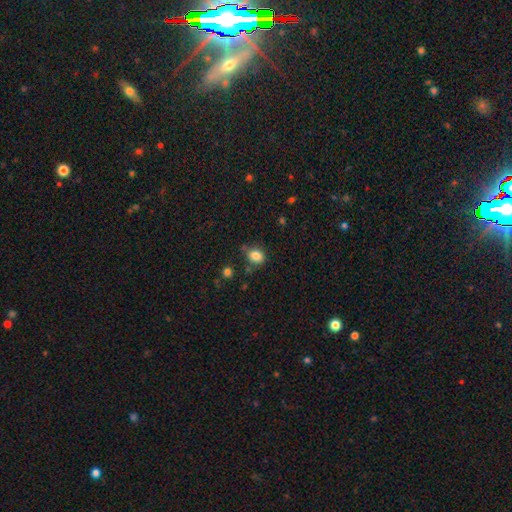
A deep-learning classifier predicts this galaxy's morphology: smooth_or_featured: smooth (p=0.83) [alt: star or artifact p=0.11]
how_rounded: round (p=0.50) [alt: in between p=0.49]
merging: none (p=0.64) [alt: minor disturbance p=0.23]